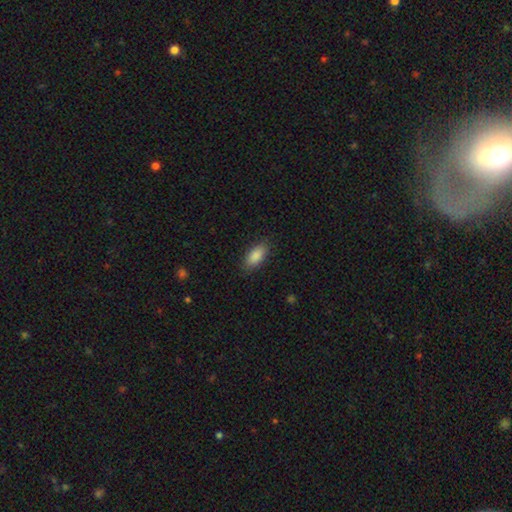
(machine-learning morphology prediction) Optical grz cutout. It shows a smooth galaxy with no disk features (88%) that is in between round and cigar-shaped (90%). Merging: none (86%).